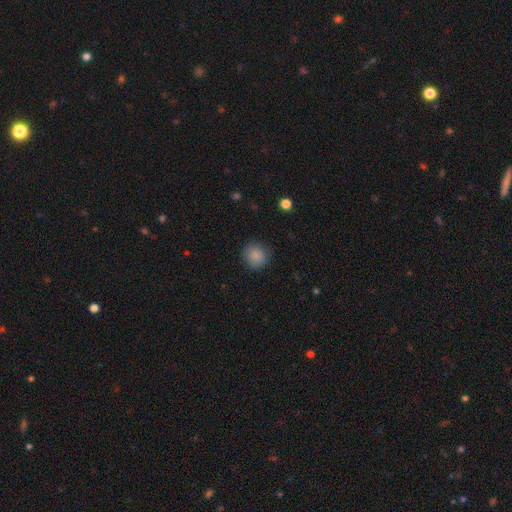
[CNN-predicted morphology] This appears to be a smooth galaxy with no disk features (86%) that is round (88%). Merging: none (86%).